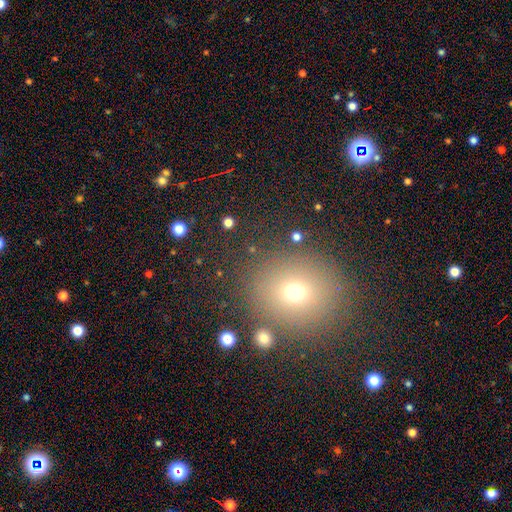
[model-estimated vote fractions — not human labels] This is possibly a smooth galaxy (58%). How rounded: likely round (76%). Merging: clearly none (85%).